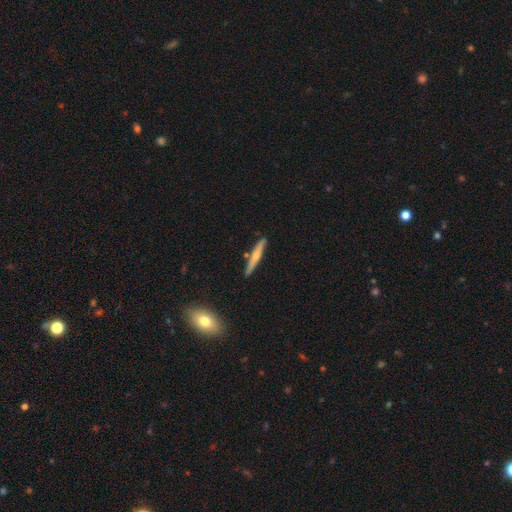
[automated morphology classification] This appears to be a smooth galaxy with no disk features (50%) that is cigar-shaped (94%). Merging: none (83%).